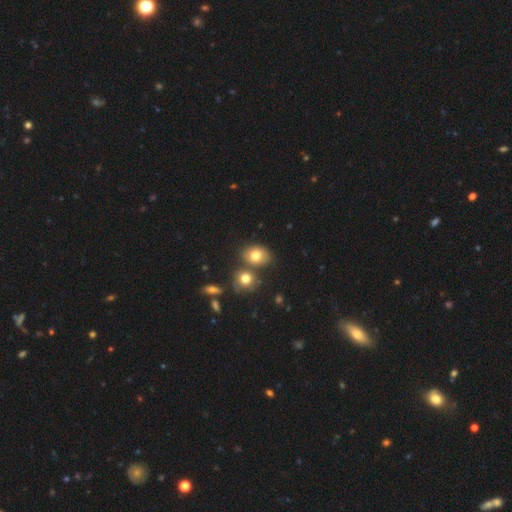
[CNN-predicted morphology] Smooth or featured? smooth (78%)
How rounded? in between (63%)
Merging? none (62%)